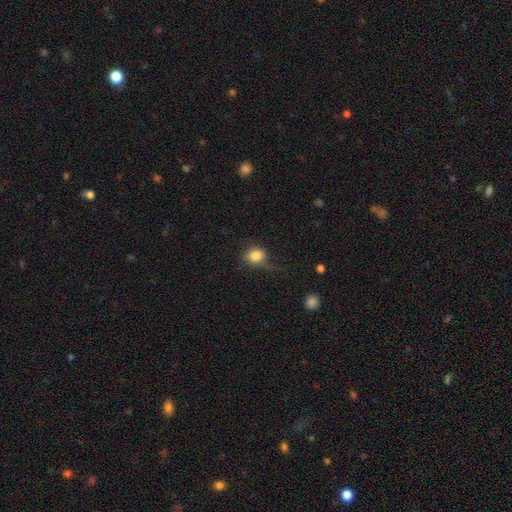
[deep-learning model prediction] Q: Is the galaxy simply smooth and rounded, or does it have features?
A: smooth — 82%.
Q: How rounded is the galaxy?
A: round — 68%.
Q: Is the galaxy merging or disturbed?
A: none — 55%.